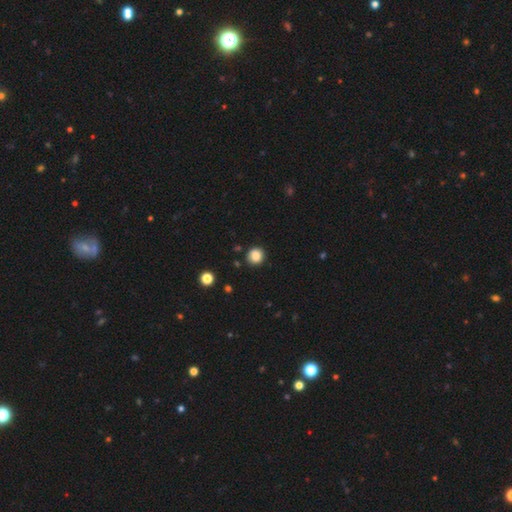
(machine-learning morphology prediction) Q: Smooth or featured?
A: smooth (85%); runner-up: star or artifact (11%)
Q: How rounded?
A: round (88%); runner-up: in between (11%)
Q: Merging?
A: none (86%); runner-up: minor disturbance (9%)